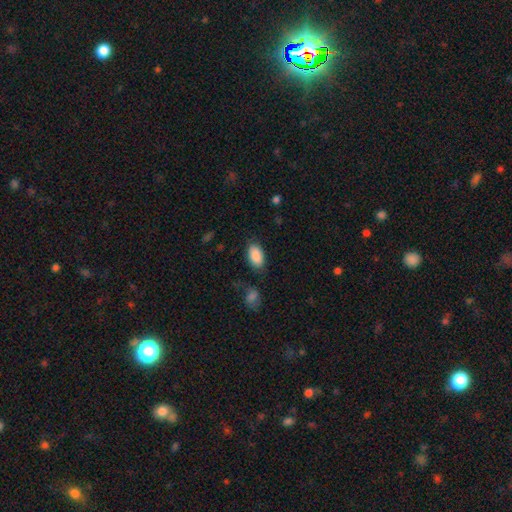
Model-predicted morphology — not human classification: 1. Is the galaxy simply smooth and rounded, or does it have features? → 89% smooth, 6% star or artifact, 5% featured or disk.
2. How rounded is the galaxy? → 94% in between, 4% round, 2% cigar-shaped.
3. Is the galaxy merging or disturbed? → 78% none, 14% minor disturbance, 5% major disturbance, 4% merger.